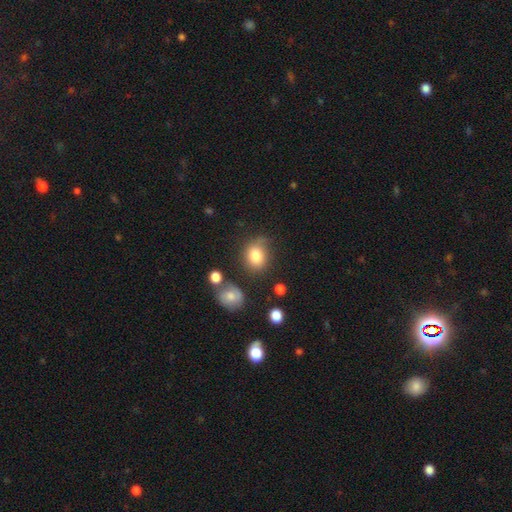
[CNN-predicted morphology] smooth_or_featured: smooth (p=0.81) [alt: star or artifact p=0.10]
how_rounded: round (p=0.57) [alt: in between p=0.42]
merging: none (p=0.60) [alt: minor disturbance p=0.25]